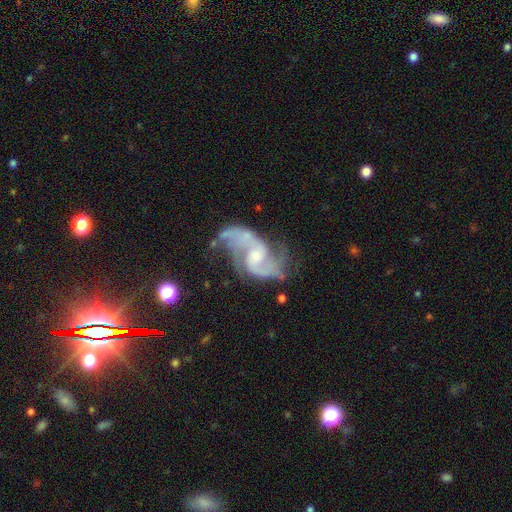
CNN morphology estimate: smooth-or-featured: featured or disk: 90% | star or artifact: 6% | smooth: 4%
  disk-edge-on: no: 98% | yes: 2%
    bar: no: 47% | weak: 42% | strong: 10%
    has-spiral-arms: yes: 97% | no: 3%
      spiral-winding: medium: 46% | loose: 43% | tight: 11%
      spiral-arm-count: 2: 82% | 3: 7% | can't tell: 4% | 1: 2% | 4: 2% | more than 4: 2%
    bulge-size: small: 56% | moderate: 35% | none: 6% | large: 2% | dominant: 1%
  merging: none: 52% | minor disturbance: 22% | major disturbance: 20% | merger: 6%